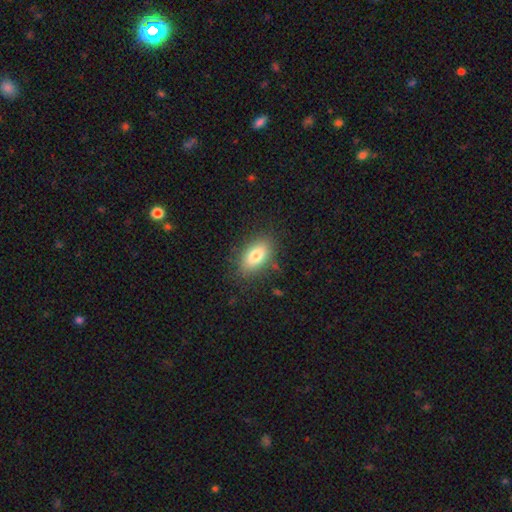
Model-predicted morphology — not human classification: The model was most divided on "smooth or featured": smooth: 79%, featured or disk: 13%, star or artifact: 8%. More confident: how rounded — in between (89%); merging — none (82%).